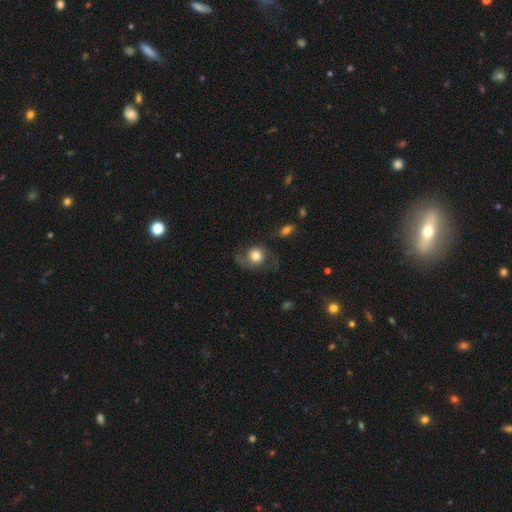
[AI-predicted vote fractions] Morphology: type=smooth (51%); roundness=round (74%); merging=none (57%).